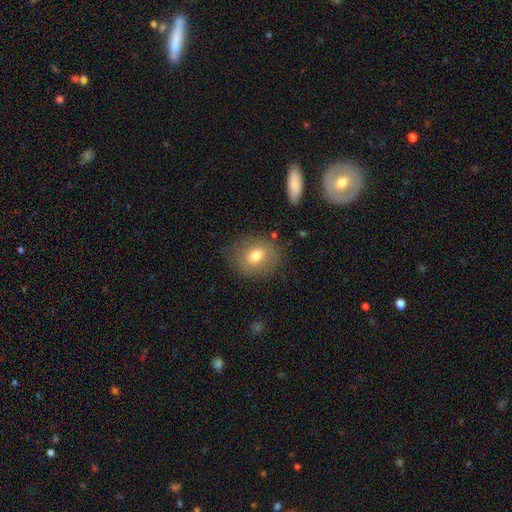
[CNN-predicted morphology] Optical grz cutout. It shows a smooth galaxy with no disk features (73%) that is round (59%). Merging: none (78%).